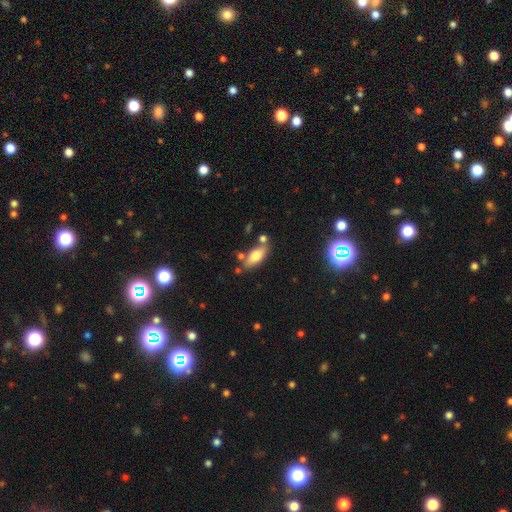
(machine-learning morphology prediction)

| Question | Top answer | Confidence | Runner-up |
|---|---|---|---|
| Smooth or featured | smooth | 68% | featured or disk (24%) |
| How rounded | in between | 78% | cigar-shaped (19%) |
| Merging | none | 69% | minor disturbance (15%) |